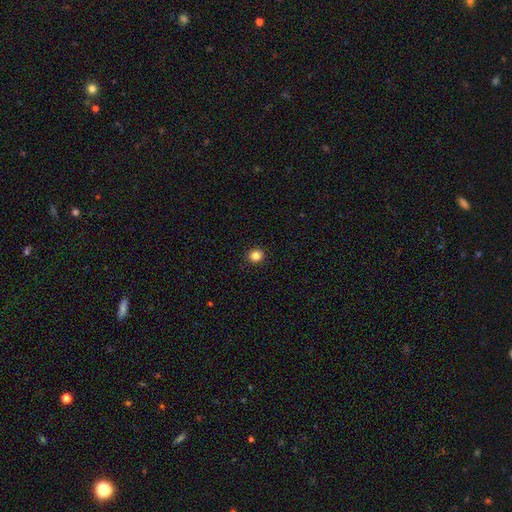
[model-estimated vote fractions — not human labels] Morphology: type=smooth (85%); roundness=round (90%); merging=none (93%).